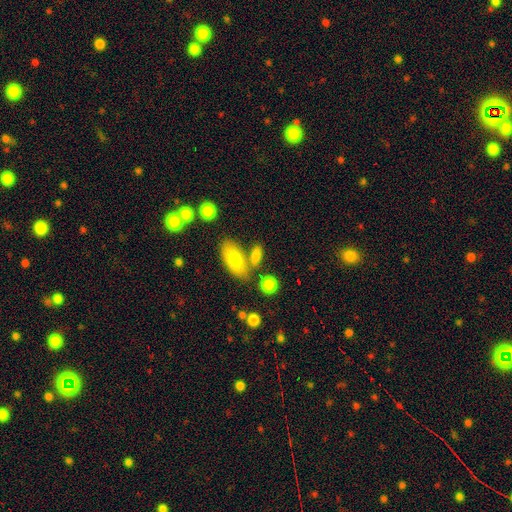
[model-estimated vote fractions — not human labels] This appears to be a smooth galaxy with no disk features (79%) that is in between round and cigar-shaped (74%). Merging: none (59%).